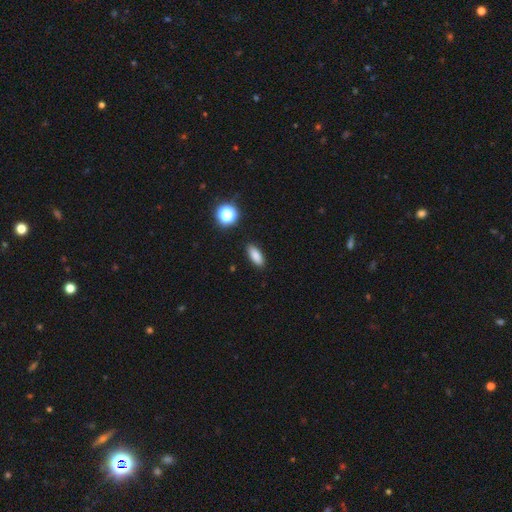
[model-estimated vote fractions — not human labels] This appears to be a smooth galaxy with no disk features (84%) that is in between round and cigar-shaped (77%). Merging: none (89%).